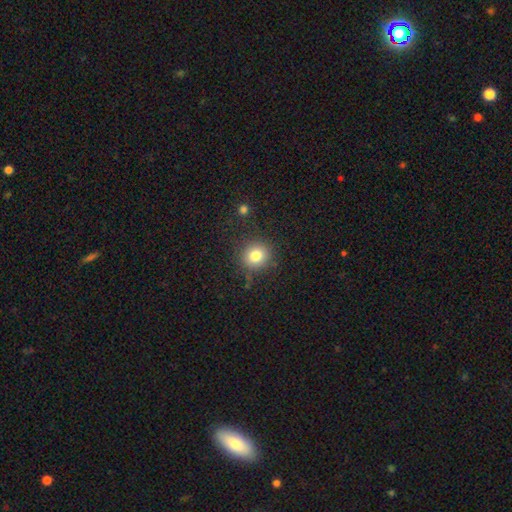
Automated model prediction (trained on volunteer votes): This appears to be a smooth galaxy with no disk features (80%) that is round (87%). Merging: none (84%).